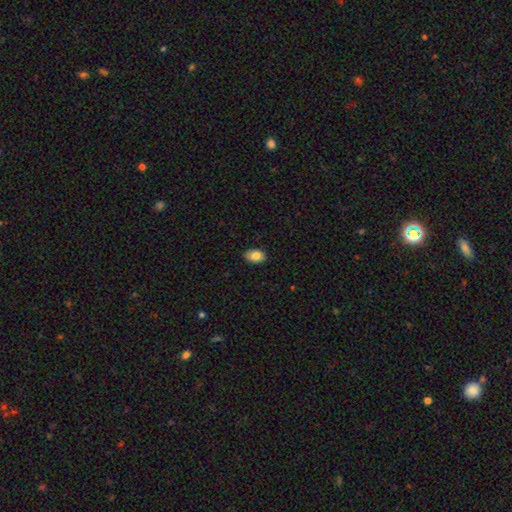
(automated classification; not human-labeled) Smooth or featured? smooth (85%)
How rounded? in between (88%)
Merging? none (88%)